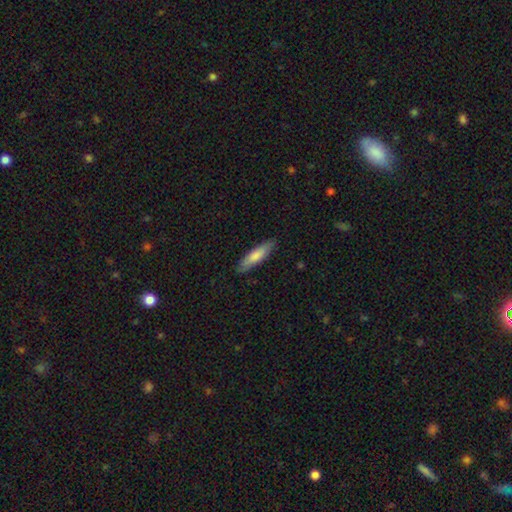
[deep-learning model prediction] This is likely a smooth galaxy (74%). How rounded: likely cigar-shaped (71%). Merging: clearly none (85%).